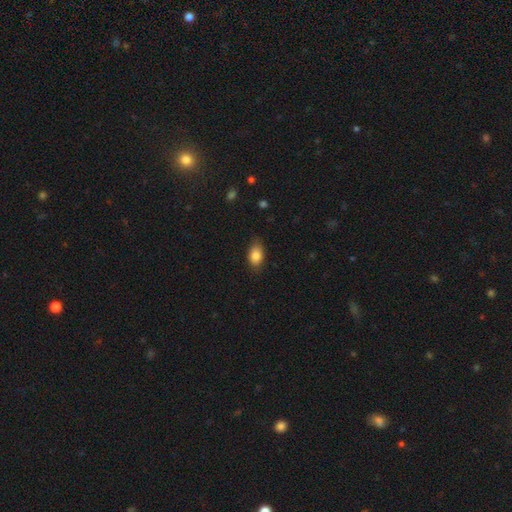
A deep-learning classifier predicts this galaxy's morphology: Q: Smooth or featured?
A: smooth (83%); runner-up: featured or disk (9%)
Q: How rounded?
A: in between (87%); runner-up: round (10%)
Q: Merging?
A: none (78%); runner-up: minor disturbance (18%)